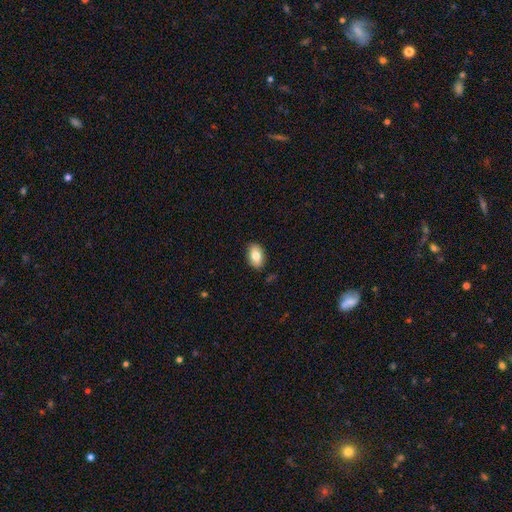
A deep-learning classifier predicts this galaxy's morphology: Q: Smooth or featured?
A: smooth (81%); runner-up: featured or disk (12%)
Q: How rounded?
A: in between (91%); runner-up: round (7%)
Q: Merging?
A: none (86%); runner-up: minor disturbance (11%)